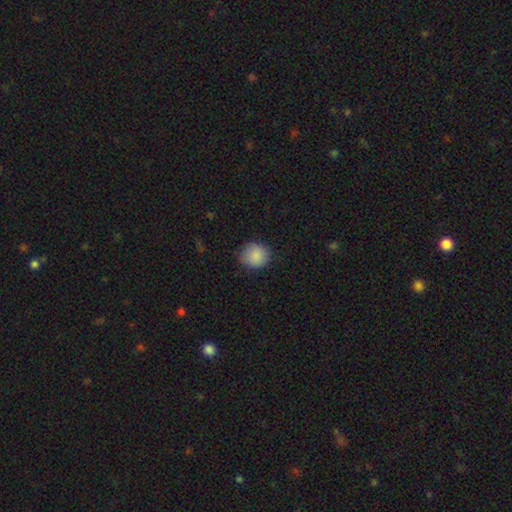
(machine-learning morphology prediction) smooth_or_featured: smooth (p=0.87) [alt: star or artifact p=0.08]
how_rounded: round (p=0.82) [alt: in between p=0.17]
merging: none (p=0.79) [alt: minor disturbance p=0.16]